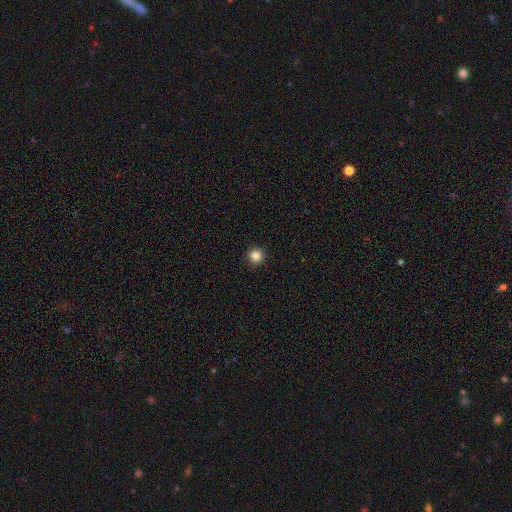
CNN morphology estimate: smooth-or-featured: smooth: 85% | star or artifact: 12% | featured or disk: 4%
  how-rounded: round: 96% | in between: 3% | cigar-shaped: 1%
  merging: none: 94% | minor disturbance: 4% | major disturbance: 1% | merger: 1%